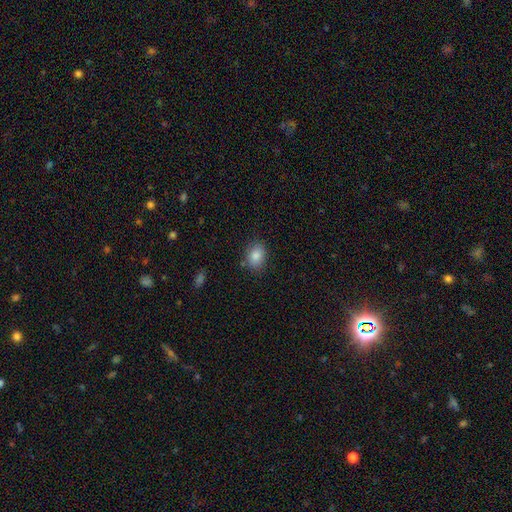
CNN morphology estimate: This appears to be a smooth galaxy with no disk features (85%) that is in between round and cigar-shaped (73%). Merging: none (83%).